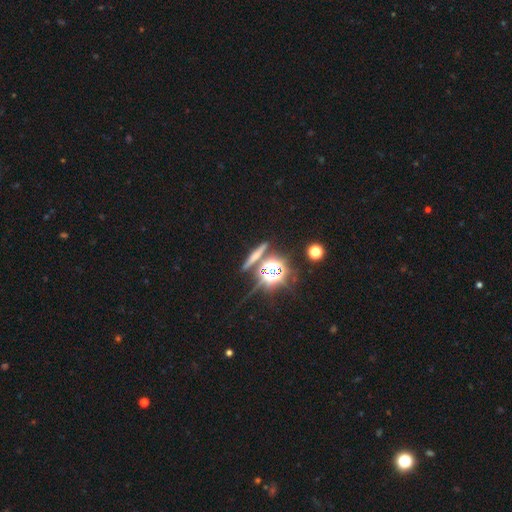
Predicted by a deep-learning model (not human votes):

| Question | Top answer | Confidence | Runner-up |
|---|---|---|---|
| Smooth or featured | star or artifact | 36% | smooth (34%) |